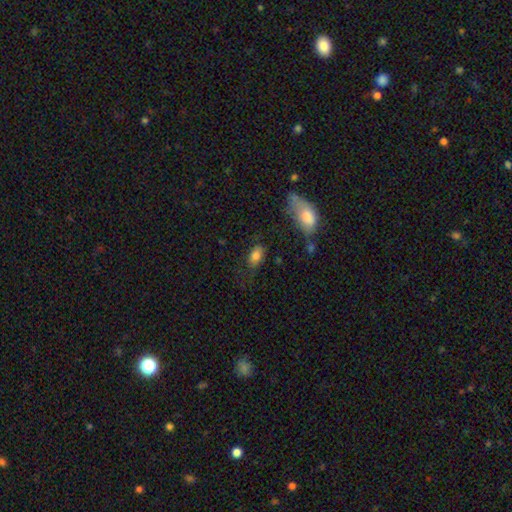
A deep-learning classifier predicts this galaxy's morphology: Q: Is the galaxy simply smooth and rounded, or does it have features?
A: smooth — 82%.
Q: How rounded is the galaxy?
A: in between — 88%.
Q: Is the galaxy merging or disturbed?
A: none — 72%.